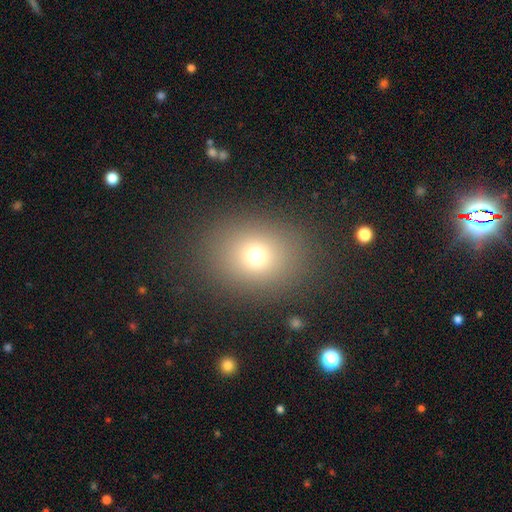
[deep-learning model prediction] Smooth or featured?
  - smooth: 72% *
  - star or artifact: 17%
  - featured or disk: 11%
How rounded?
  - round: 61% *
  - in between: 38%
  - cigar-shaped: 1%
Merging?
  - none: 85% *
  - minor disturbance: 8%
  - major disturbance: 5%
  - merger: 2%